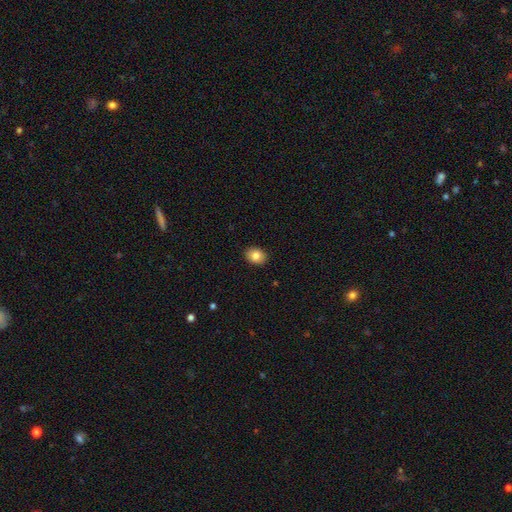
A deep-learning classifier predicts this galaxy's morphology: smooth_or_featured: smooth (p=0.84) [alt: star or artifact p=0.09]
how_rounded: in between (p=0.63) [alt: round p=0.36]
merging: none (p=0.91) [alt: minor disturbance p=0.07]